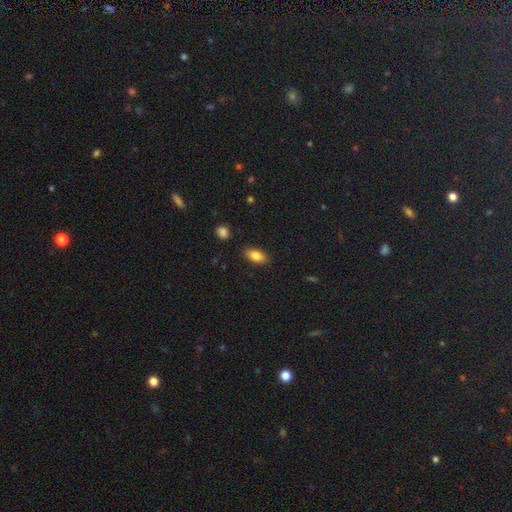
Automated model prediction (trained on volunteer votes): Q: Smooth or featured?
A: smooth (84%); runner-up: featured or disk (8%)
Q: How rounded?
A: in between (89%); runner-up: cigar-shaped (6%)
Q: Merging?
A: none (87%); runner-up: minor disturbance (9%)